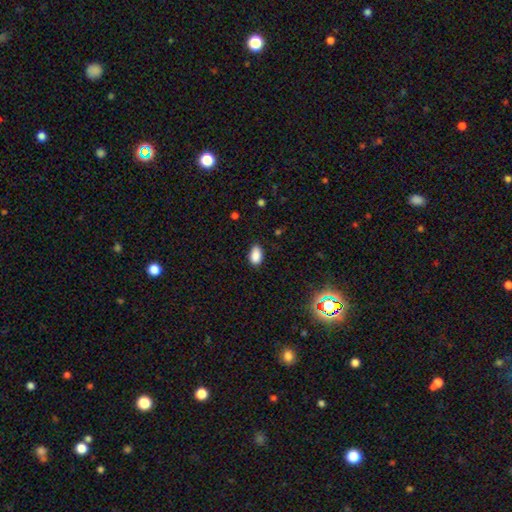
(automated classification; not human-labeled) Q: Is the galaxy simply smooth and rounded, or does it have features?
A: smooth — 87%.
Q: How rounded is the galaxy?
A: in between — 91%.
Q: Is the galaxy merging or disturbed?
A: none — 80%.